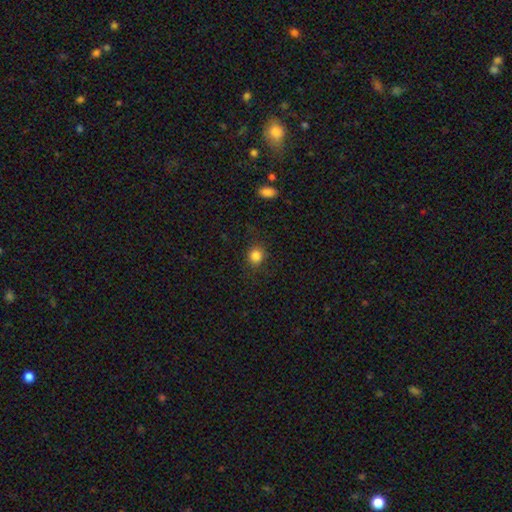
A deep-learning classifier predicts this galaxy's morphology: Smooth or featured? smooth (84%)
How rounded? round (83%)
Merging? none (84%)